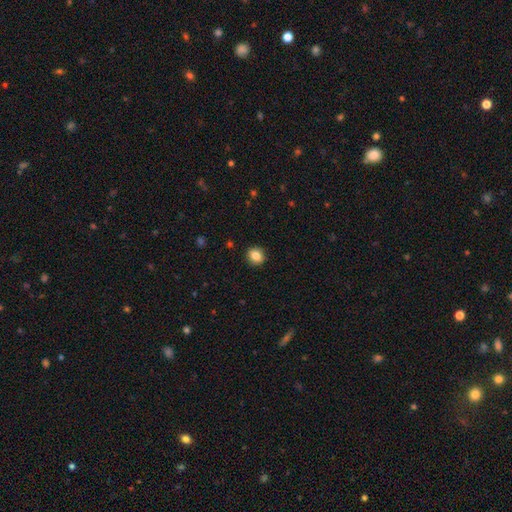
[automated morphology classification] Overall: smooth (84%). How rounded: round (74%). Merging: none (91%).